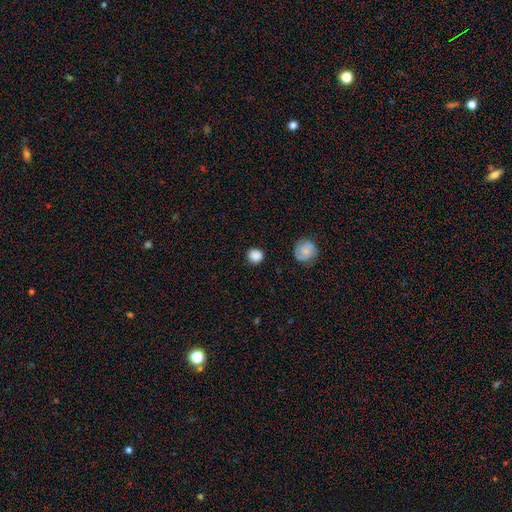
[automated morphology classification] Smooth or featured? Predicted: smooth (p=0.85). How rounded? Predicted: round (p=0.87). Merging? Predicted: none (p=0.86).